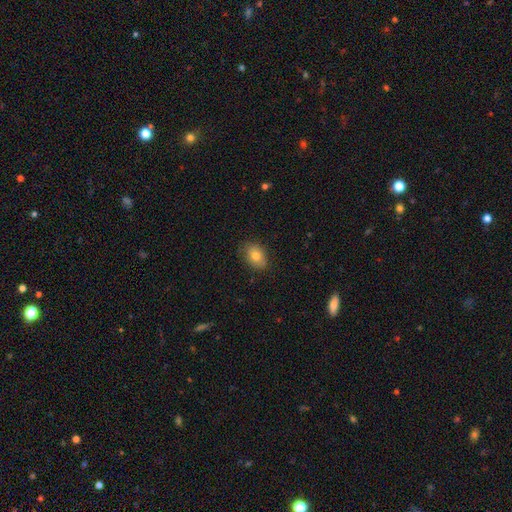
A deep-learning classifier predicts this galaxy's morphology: Overall: smooth (78%). How rounded: in between (79%). Merging: none (83%).